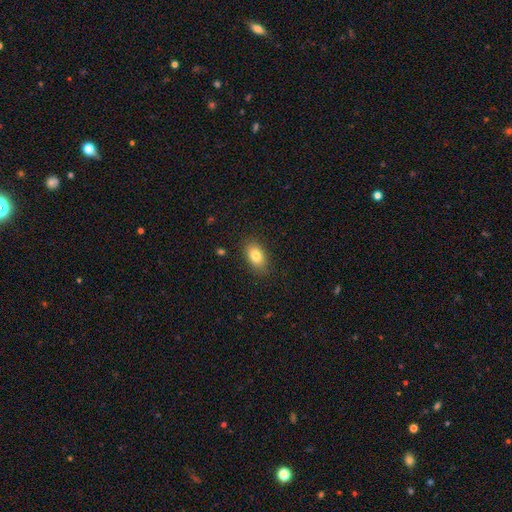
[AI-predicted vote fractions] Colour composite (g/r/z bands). It shows a smooth galaxy with no disk features (81%) that is in between round and cigar-shaped (88%). Merging: none (86%).